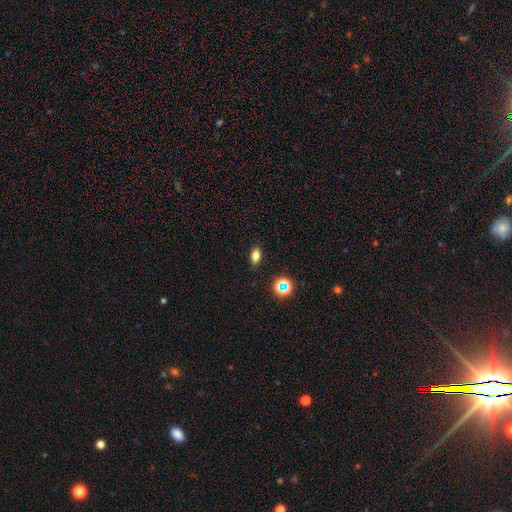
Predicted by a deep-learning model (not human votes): The model was most divided on "smooth or featured": smooth: 77%, star or artifact: 15%, featured or disk: 9%. More confident: merging — none (88%); how rounded — in between (83%).